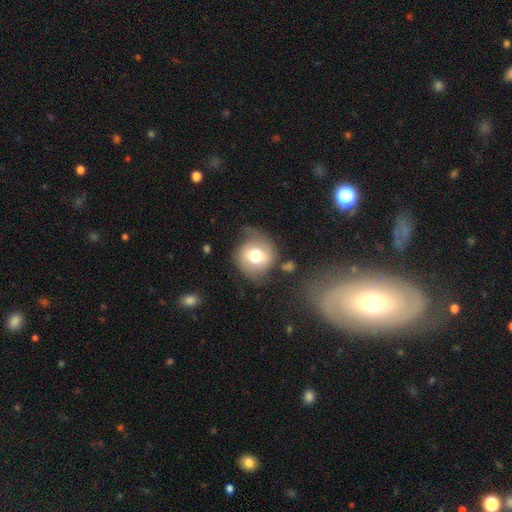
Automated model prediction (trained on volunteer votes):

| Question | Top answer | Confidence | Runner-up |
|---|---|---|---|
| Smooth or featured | smooth | 64% | featured or disk (27%) |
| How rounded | round | 85% | in between (14%) |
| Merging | none | 57% | minor disturbance (26%) |